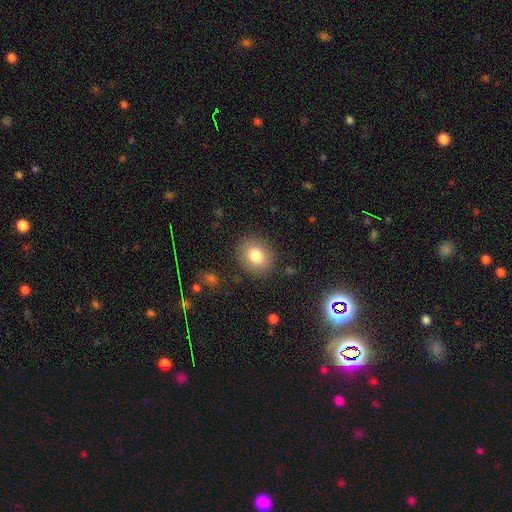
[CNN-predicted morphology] A smooth galaxy with no disk features (79%) that is round (63%).

Vote fractions:
- Smooth or featured? smooth: 79% / featured or disk: 11% / star or artifact: 9%
- How rounded? round: 63% / in between: 36% / cigar-shaped: 1%
- Merging? none: 86% / minor disturbance: 9% / major disturbance: 3% / merger: 1%